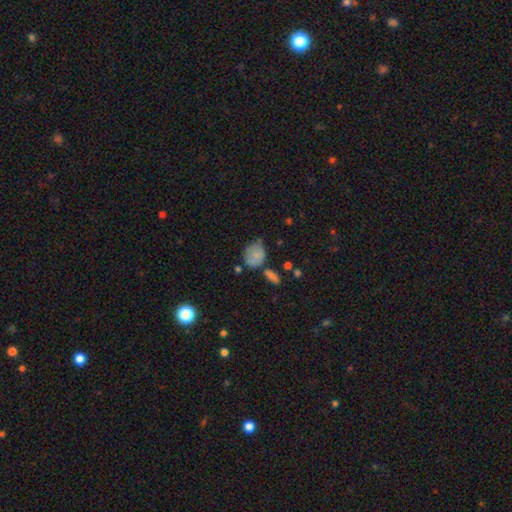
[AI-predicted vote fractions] Morphology: type=smooth (75%); roundness=round (55%); merging=none (45%).